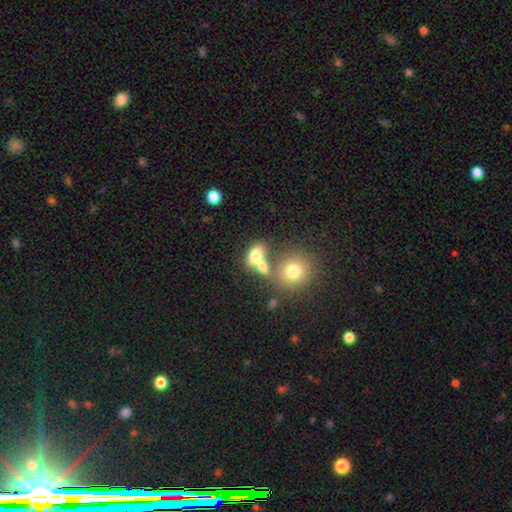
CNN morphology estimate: A smooth galaxy with no disk features (74%) that is in between round and cigar-shaped (73%). Merging: merger (50%).